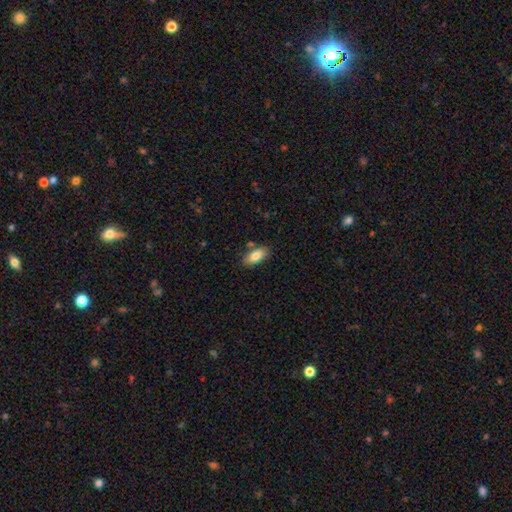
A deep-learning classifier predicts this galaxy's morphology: Q: Smooth or featured?
A: smooth (82%); runner-up: featured or disk (11%)
Q: How rounded?
A: in between (90%); runner-up: cigar-shaped (8%)
Q: Merging?
A: none (80%); runner-up: minor disturbance (13%)